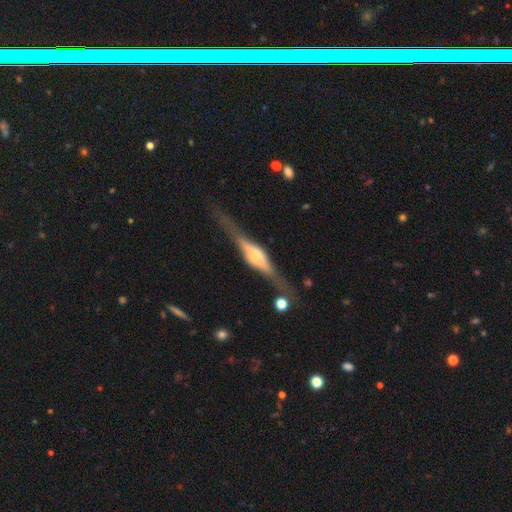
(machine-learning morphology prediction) Overall: featured or disk (81%). Edge-on disk: yes (96%). Edge-on bulge: rounded (78%). Merging: none (79%).